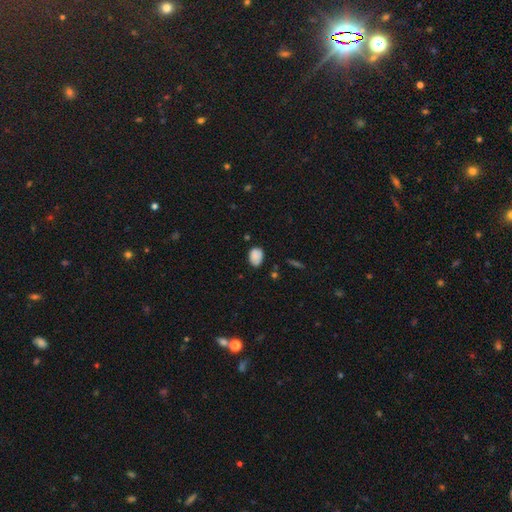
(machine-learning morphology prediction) Smooth or featured: smooth — 83% (star or artifact — 9%)
How rounded: in between — 68% (round — 31%)
Merging: none — 70% (minor disturbance — 23%)